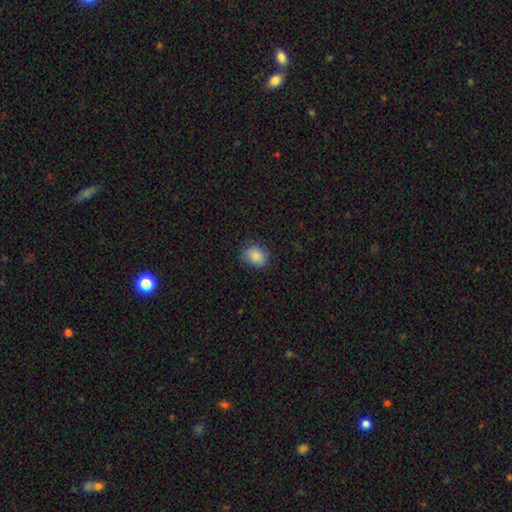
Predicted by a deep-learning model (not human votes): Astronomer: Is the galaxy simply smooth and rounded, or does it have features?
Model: smooth — 86%.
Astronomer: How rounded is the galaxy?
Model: round — 57% (runner-up: in between, 42%).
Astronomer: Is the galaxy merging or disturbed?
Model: none — 75%.